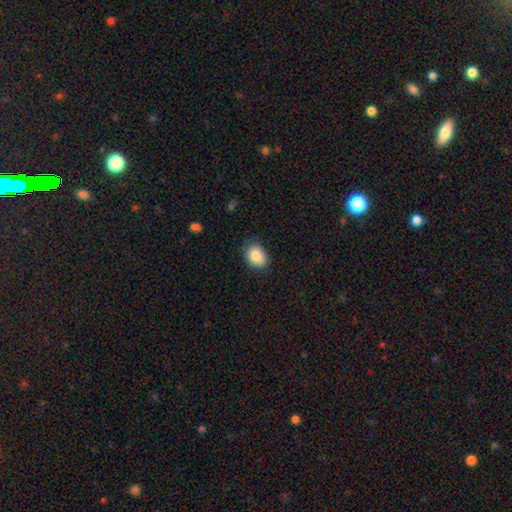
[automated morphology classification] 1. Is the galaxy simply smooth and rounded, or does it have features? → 85% smooth, 8% star or artifact, 7% featured or disk.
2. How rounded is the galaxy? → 72% in between, 27% round, 1% cigar-shaped.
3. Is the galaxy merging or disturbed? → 76% none, 20% minor disturbance, 4% major disturbance, 1% merger.